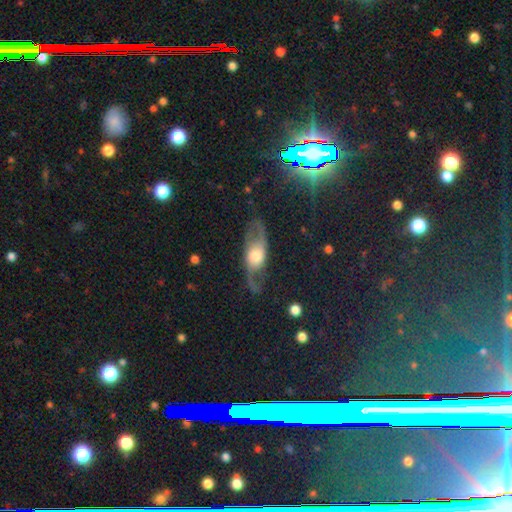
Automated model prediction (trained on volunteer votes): A featured or disk galaxy (70%) with no bar (71%), spiral arms (85%) and a moderate central bulge (49%). Merging: none (62%).